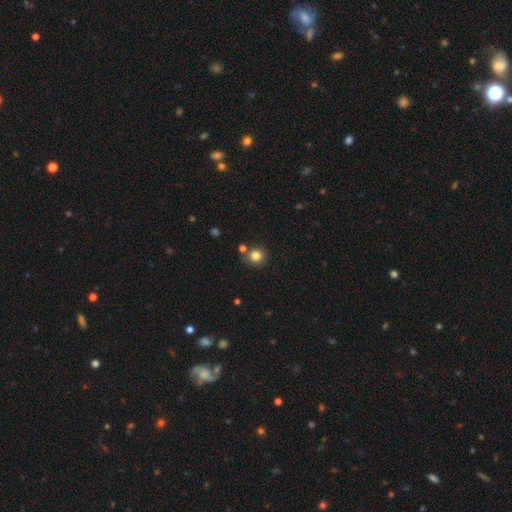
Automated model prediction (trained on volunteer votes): Smooth or featured? Predicted: smooth (p=0.82). How rounded? Predicted: round (p=0.90). Merging? Predicted: none (p=0.77).